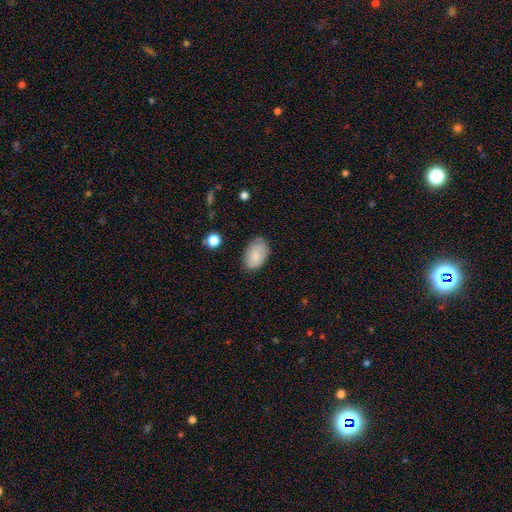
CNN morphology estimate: smooth 83%, featured or disk 10%, star or artifact 7%. Down the decision tree: how rounded — in between (91%); merging — none (78%).